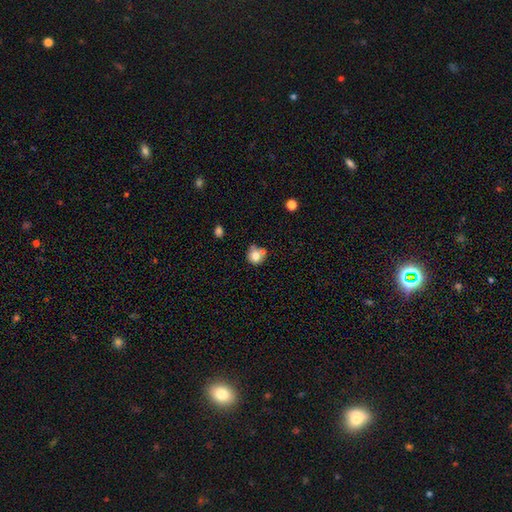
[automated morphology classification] The model was most divided on "merging": none: 55%, merger: 24%, minor disturbance: 16%, major disturbance: 5%. More confident: how rounded — round (86%); smooth or featured — smooth (76%).